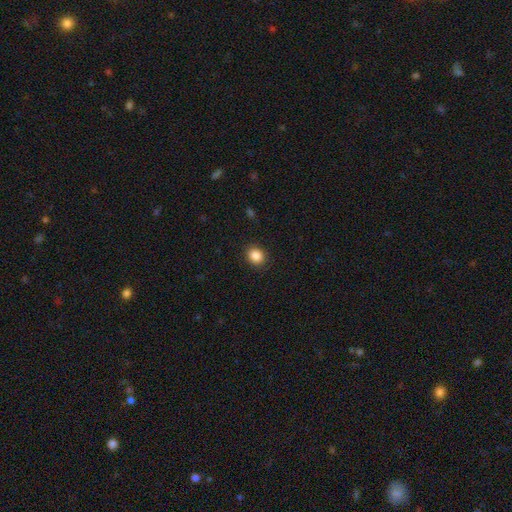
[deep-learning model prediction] smooth 86%, star or artifact 10%, featured or disk 4%. Down the decision tree: how rounded — round (68%); merging — none (90%).